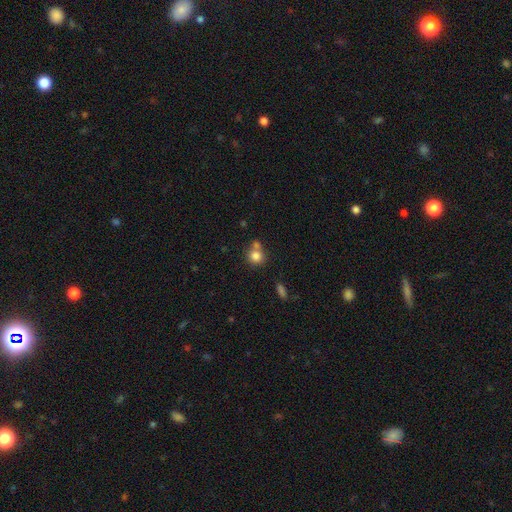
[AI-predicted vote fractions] Smooth or featured: smooth — 81% (star or artifact — 11%)
How rounded: round — 88% (in between — 11%)
Merging: none — 56% (merger — 31%)